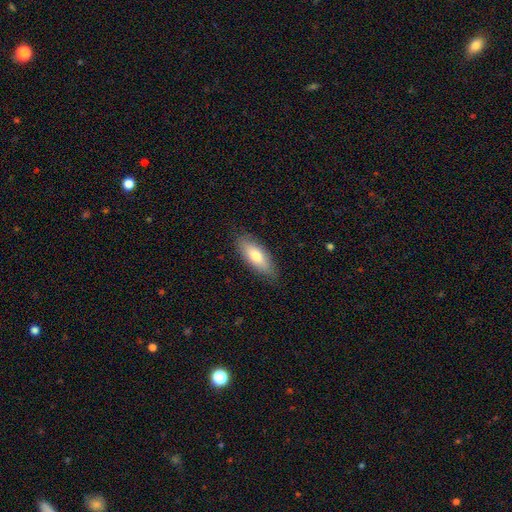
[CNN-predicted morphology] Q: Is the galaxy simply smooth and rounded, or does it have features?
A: smooth — 75%.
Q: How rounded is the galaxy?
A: in between — 70%.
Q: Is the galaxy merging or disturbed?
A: none — 85%.